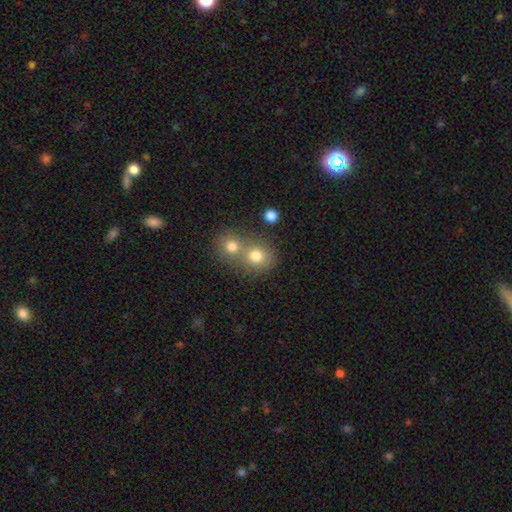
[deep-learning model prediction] The model was most divided on "merging": merger: 51%, none: 39%, minor disturbance: 7%, major disturbance: 3%. More confident: how rounded — round (78%); smooth or featured — smooth (77%).